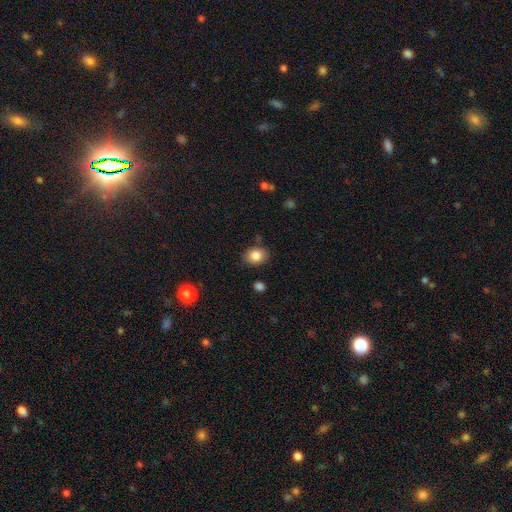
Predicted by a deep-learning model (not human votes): Smooth or featured: smooth — 84% (star or artifact — 9%)
How rounded: in between — 52% (round — 47%)
Merging: none — 83% (minor disturbance — 12%)